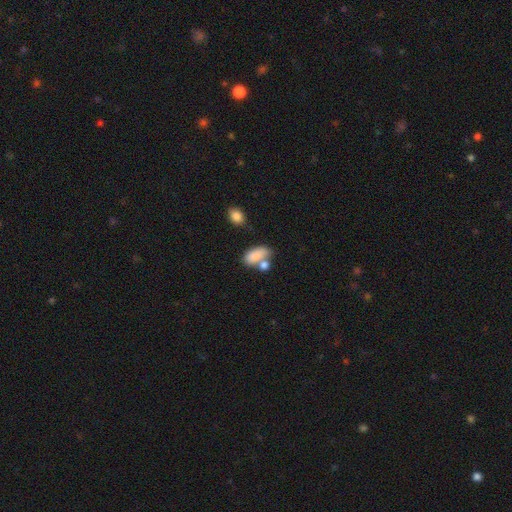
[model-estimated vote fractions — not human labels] This is clearly a smooth galaxy (83%). How rounded: clearly in between (89%). Merging: marginally merger (39%).